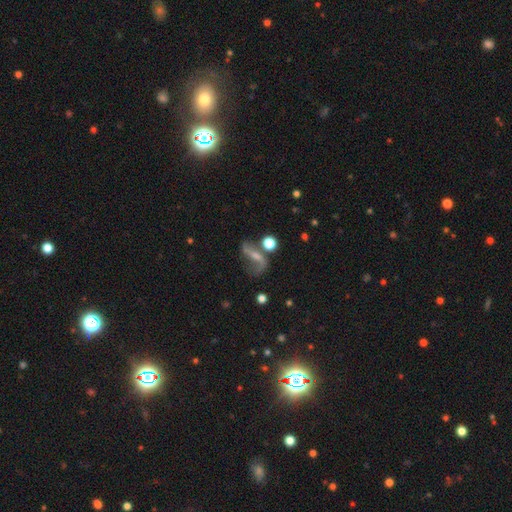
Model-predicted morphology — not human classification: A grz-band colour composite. It shows a featured or disk galaxy (68%) with a weak bar (36%), 2 (82%) loose (82%) spiral arms (86%) and a small central bulge (43%). Merging: none (45%).